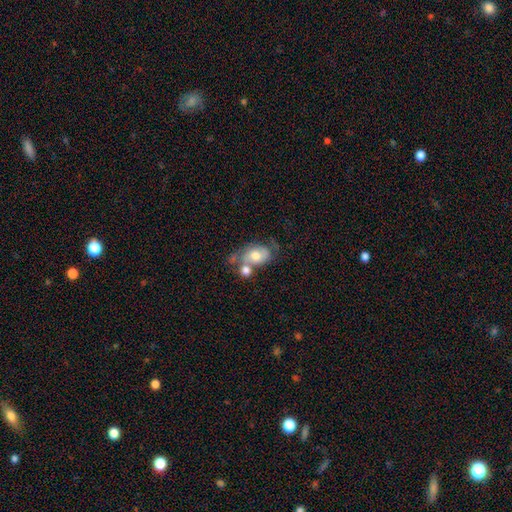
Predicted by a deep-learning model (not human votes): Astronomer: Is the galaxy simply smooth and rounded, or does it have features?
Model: smooth — 55% (runner-up: featured or disk, 36%).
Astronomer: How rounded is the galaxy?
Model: in between — 70%.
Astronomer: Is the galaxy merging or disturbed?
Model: merger — 42% (runner-up: none, 29%).